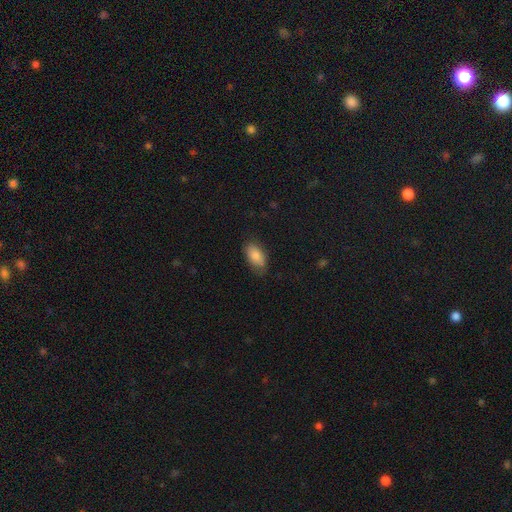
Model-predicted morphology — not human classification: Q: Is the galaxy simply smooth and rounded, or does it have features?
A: smooth — 82%.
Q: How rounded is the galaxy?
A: in between — 93%.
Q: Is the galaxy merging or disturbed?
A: none — 74%.